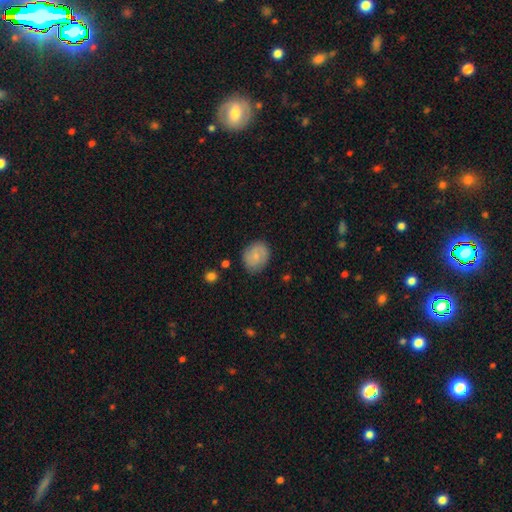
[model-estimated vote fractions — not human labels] This appears to be a smooth galaxy with no disk features (66%) that is round (60%). Merging: none (80%).